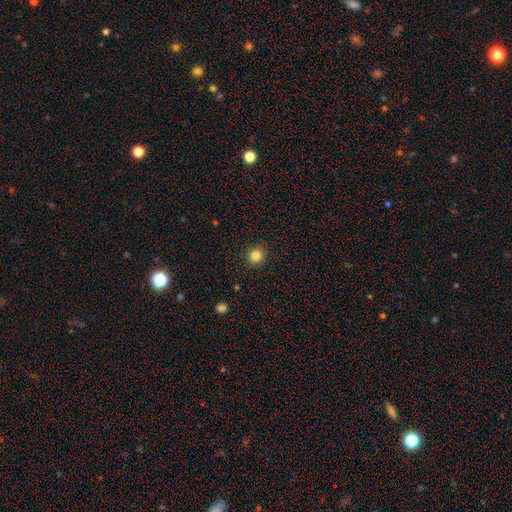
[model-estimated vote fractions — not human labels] Smooth or featured? smooth (84%)
How rounded? round (89%)
Merging? none (91%)